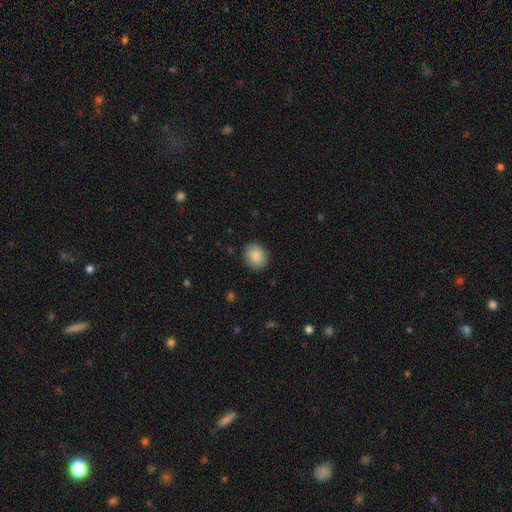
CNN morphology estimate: This appears to be a smooth galaxy with no disk features (87%) that is round (67%). Merging: none (85%).